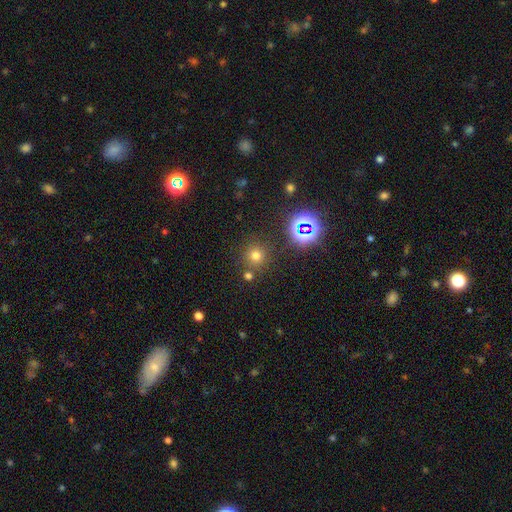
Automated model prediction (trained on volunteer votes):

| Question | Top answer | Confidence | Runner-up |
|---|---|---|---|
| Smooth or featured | smooth | 66% | star or artifact (27%) |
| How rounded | round | 93% | in between (6%) |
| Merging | none | 80% | merger (8%) |